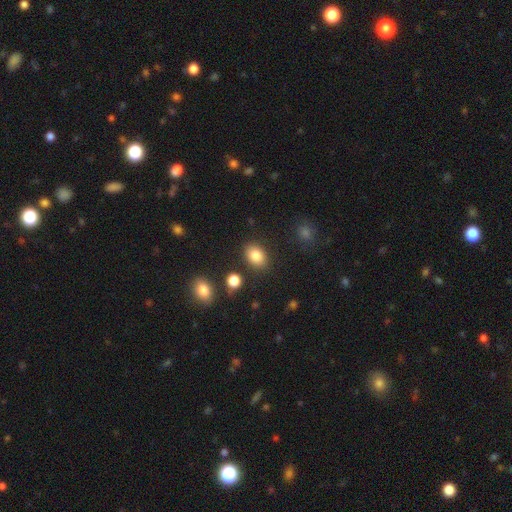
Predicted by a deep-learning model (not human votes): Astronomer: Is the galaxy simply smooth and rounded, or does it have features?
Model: smooth — 84%.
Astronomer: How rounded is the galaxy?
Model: in between — 77%.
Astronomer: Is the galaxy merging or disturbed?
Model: none — 84%.